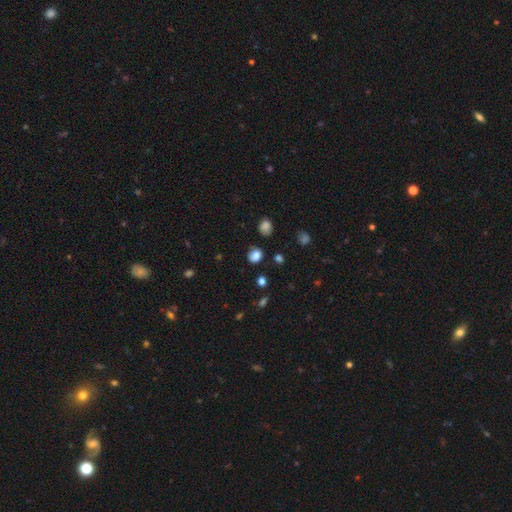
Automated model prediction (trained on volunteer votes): Overall: smooth (82%). How rounded: round (59%; in between 40%). Merging: none (77%).